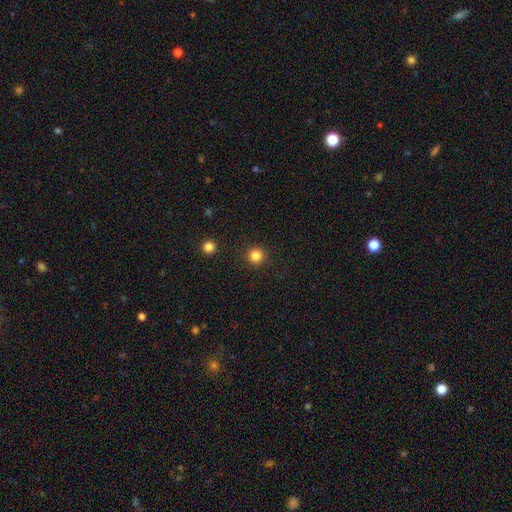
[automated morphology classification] Overall: smooth (83%). How rounded: round (95%). Merging: none (92%).